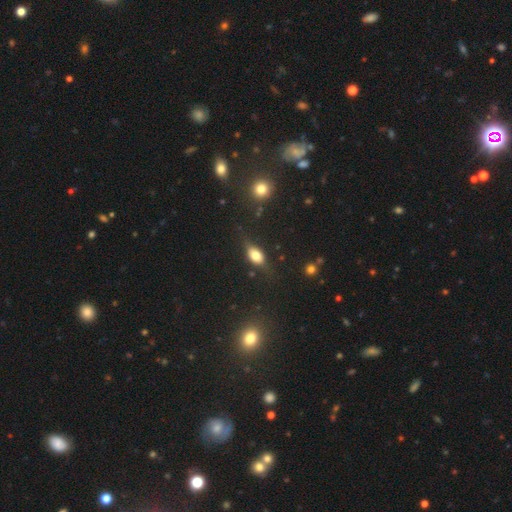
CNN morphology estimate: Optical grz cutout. It shows a smooth galaxy with no disk features (71%) that is in between round and cigar-shaped (83%). Merging: none (70%).